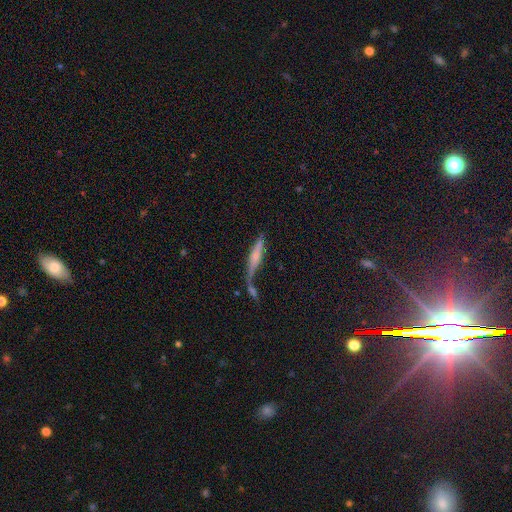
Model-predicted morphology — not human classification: A featured or disk galaxy (51%) viewed edge-on (88%).

Vote fractions:
- Smooth or featured? featured or disk: 51% / smooth: 40% / star or artifact: 9%
- Edge-on disk? yes: 88% / no: 12%
- Merging? none: 43% / merger: 31% / minor disturbance: 15% / major disturbance: 10%